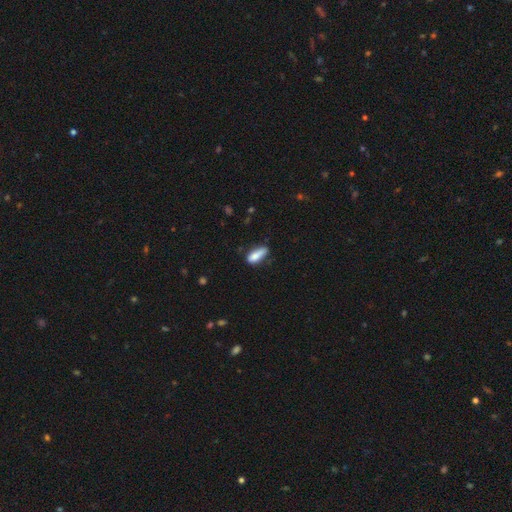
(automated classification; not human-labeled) smooth 79%, featured or disk 13%, star or artifact 7%. Down the decision tree: how rounded — in between (61%); merging — none (55%).